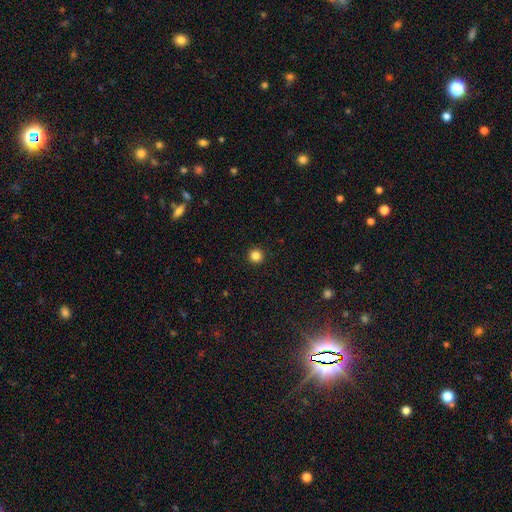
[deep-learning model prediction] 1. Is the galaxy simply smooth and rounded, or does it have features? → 85% smooth, 12% star or artifact, 4% featured or disk.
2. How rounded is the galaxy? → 96% round, 3% in between, 1% cigar-shaped.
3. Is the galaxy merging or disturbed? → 94% none, 4% minor disturbance, 2% major disturbance, 1% merger.